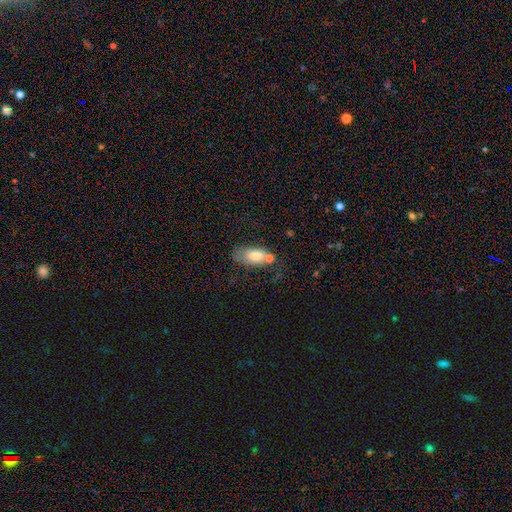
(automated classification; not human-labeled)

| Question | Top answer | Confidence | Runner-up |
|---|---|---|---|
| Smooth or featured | smooth | 72% | featured or disk (20%) |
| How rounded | in between | 89% | round (6%) |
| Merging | none | 39% | merger (26%) |